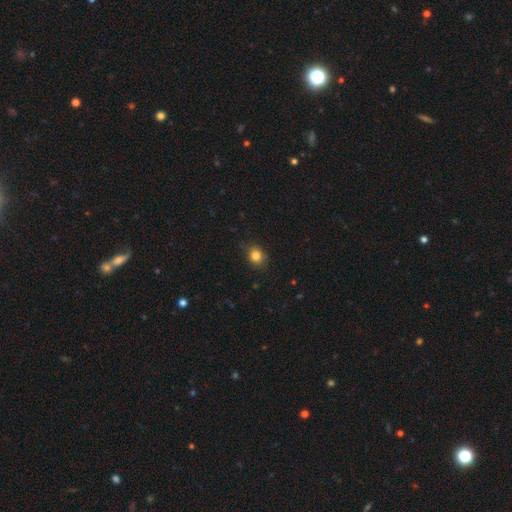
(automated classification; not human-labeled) Smooth or featured: smooth — 84% (star or artifact — 11%)
How rounded: round — 64% (in between — 35%)
Merging: none — 82% (minor disturbance — 14%)